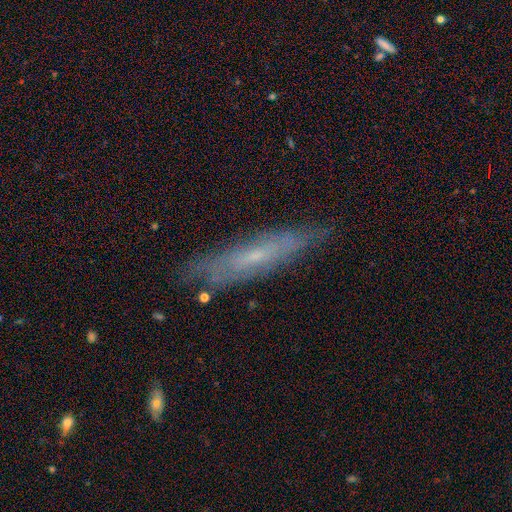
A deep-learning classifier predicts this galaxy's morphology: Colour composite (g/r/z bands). It shows a featured or disk galaxy (57%) viewed edge-on (65%). Merging: none (80%).